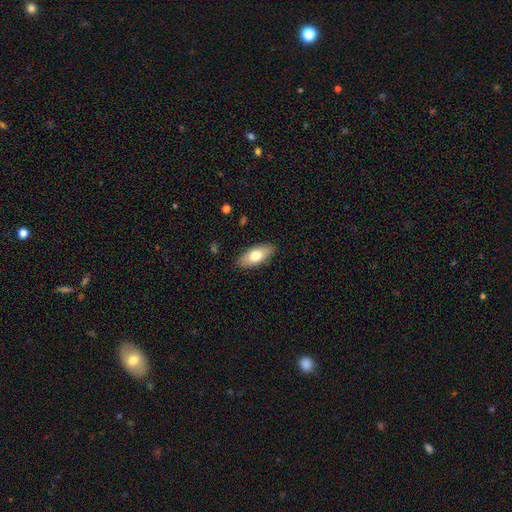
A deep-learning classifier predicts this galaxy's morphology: A smooth galaxy with no disk features (74%) that is in between round and cigar-shaped (86%).

Vote fractions:
- Smooth or featured? smooth: 74% / featured or disk: 20% / star or artifact: 6%
- How rounded? in between: 86% / cigar-shaped: 11% / round: 3%
- Merging? none: 88% / minor disturbance: 9% / major disturbance: 2% / merger: 1%